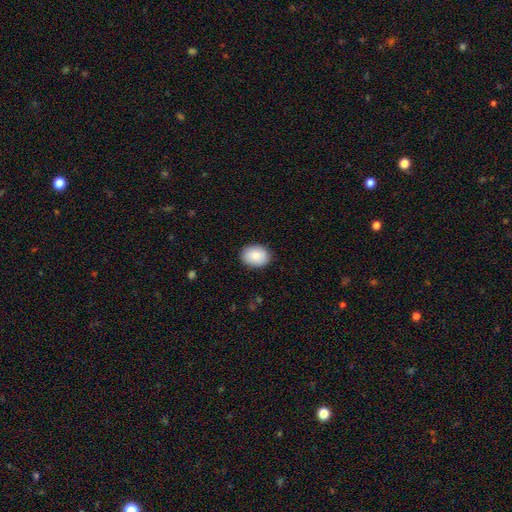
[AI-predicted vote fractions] Overall: smooth (88%). How rounded: in between (66%; round 34%). Merging: none (88%).